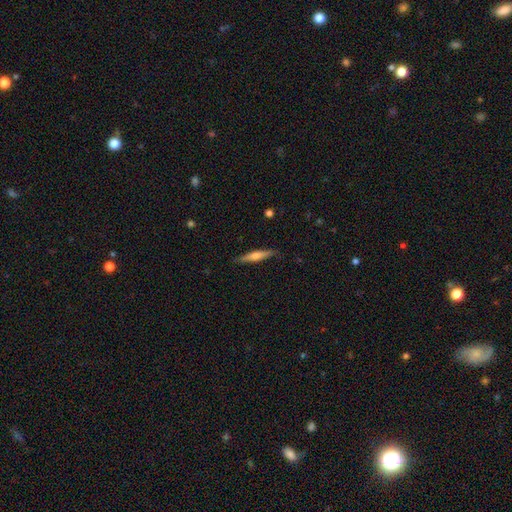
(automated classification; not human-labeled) Overall: featured or disk (48%; smooth 46%). Merging: none (87%).